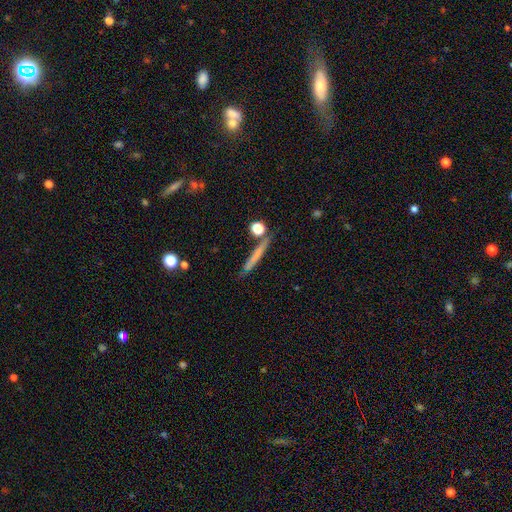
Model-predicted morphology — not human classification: Q: Smooth or featured?
A: smooth (59%); runner-up: featured or disk (33%)
Q: How rounded?
A: cigar-shaped (93%); runner-up: in between (4%)
Q: Merging?
A: none (81%); runner-up: minor disturbance (11%)